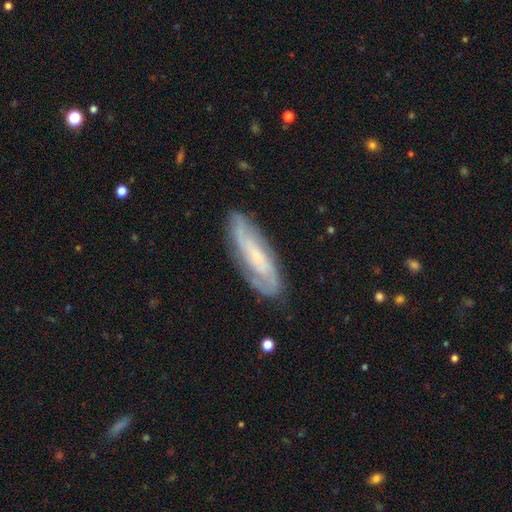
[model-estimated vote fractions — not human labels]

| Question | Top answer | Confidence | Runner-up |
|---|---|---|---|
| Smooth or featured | featured or disk | 73% | smooth (21%) |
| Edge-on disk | no | 83% | yes (17%) |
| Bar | no | 49% | weak (36%) |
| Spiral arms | yes | 92% | no (8%) |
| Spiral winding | tight | 44% | medium (39%) |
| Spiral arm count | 2 | 58% | can't tell (26%) |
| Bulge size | small | 62% | moderate (22%) |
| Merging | none | 79% | minor disturbance (15%) |